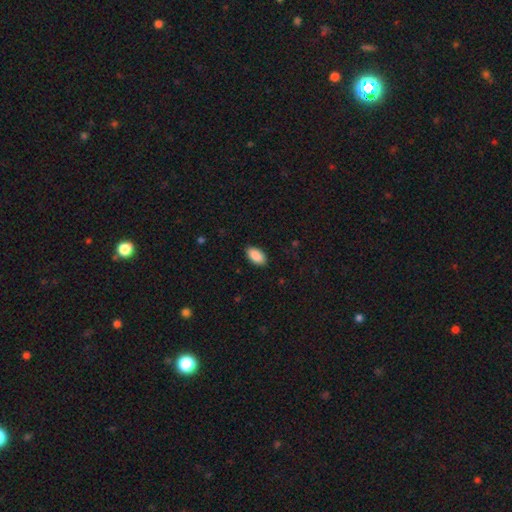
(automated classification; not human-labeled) A smooth galaxy with no disk features (90%) that is in between round and cigar-shaped (95%). Merging: none (89%).